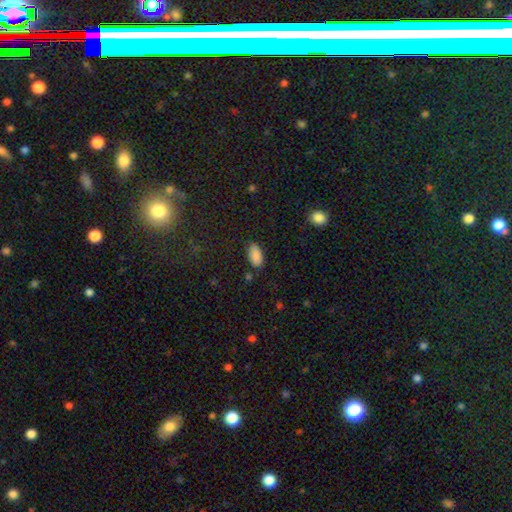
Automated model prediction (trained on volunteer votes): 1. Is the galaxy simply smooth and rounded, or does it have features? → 88% smooth, 8% star or artifact, 5% featured or disk.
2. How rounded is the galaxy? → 92% in between, 5% cigar-shaped, 3% round.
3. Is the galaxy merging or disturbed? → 79% none, 15% minor disturbance, 3% major disturbance, 3% merger.